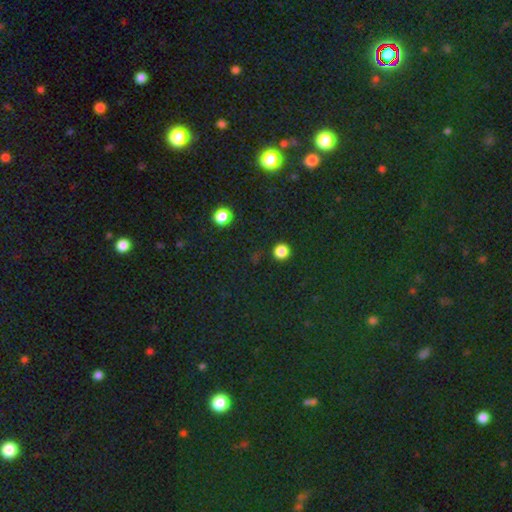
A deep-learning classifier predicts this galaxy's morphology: This appears to be a star or artifact, not a galaxy (68%).